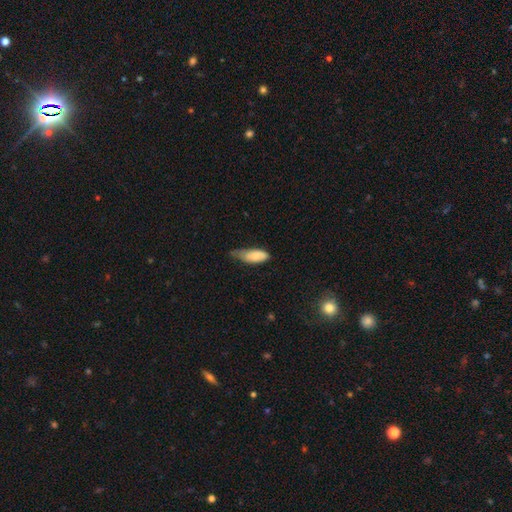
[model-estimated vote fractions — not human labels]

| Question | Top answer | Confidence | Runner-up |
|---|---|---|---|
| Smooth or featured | smooth | 76% | featured or disk (18%) |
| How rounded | in between | 78% | cigar-shaped (19%) |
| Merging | minor disturbance | 51% | none (29%) |